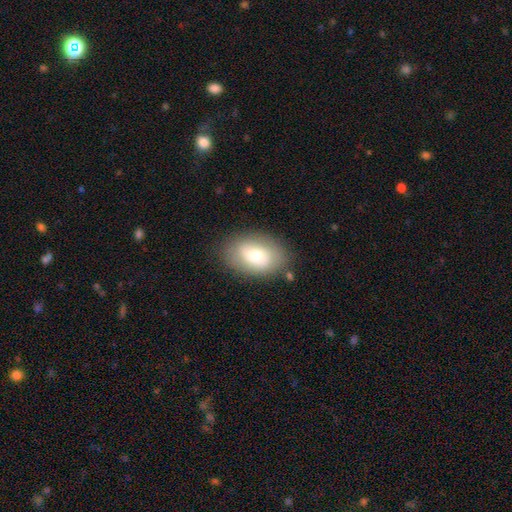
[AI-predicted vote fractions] smooth-or-featured: smooth: 61% | featured or disk: 30% | star or artifact: 8%
  how-rounded: in between: 89% | round: 10% | cigar-shaped: 2%
  merging: none: 82% | minor disturbance: 12% | major disturbance: 4% | merger: 2%